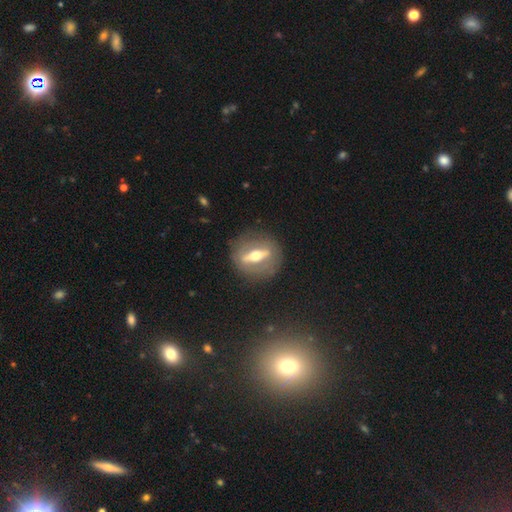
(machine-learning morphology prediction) Smooth or featured?
  - featured or disk: 76% *
  - smooth: 16%
  - star or artifact: 7%
Edge-on disk?
  - yes: 58% *
  - no: 42%
Merging?
  - none: 83% *
  - minor disturbance: 10%
  - major disturbance: 6%
  - merger: 1%